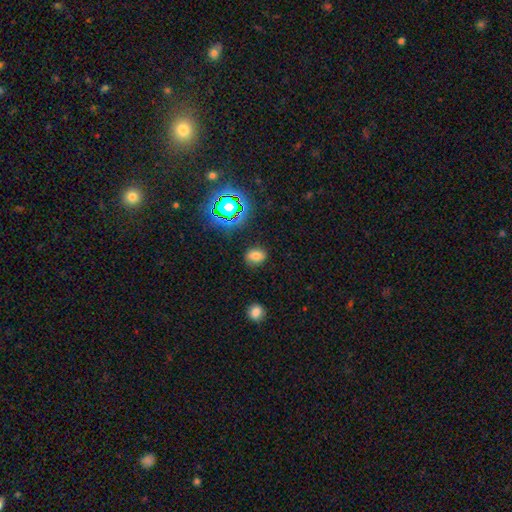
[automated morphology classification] type=smooth (74%); roundness=in between (59%); merging=none (84%).